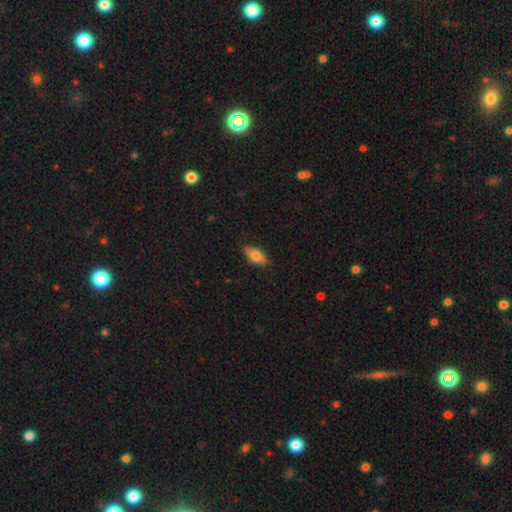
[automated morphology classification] Smooth or featured?
  - smooth: 73% *
  - featured or disk: 20%
  - star or artifact: 7%
How rounded?
  - in between: 84% *
  - cigar-shaped: 12%
  - round: 3%
Merging?
  - none: 84% *
  - minor disturbance: 13%
  - major disturbance: 2%
  - merger: 1%